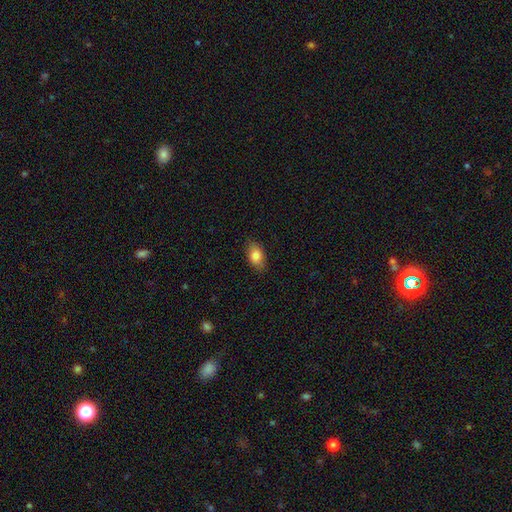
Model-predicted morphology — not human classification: A smooth galaxy with no disk features (83%) that is in between round and cigar-shaped (89%). Merging: none (85%).